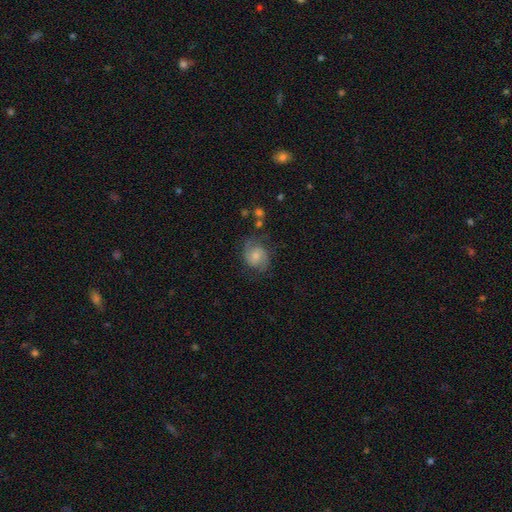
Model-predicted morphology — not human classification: Smooth or featured: featured or disk — 54% (smooth — 37%)
Edge-on disk: no — 97% (yes — 3%)
Bar: no — 64% (weak — 31%)
Spiral arms: yes — 88% (no — 12%)
Bulge size: moderate — 42% (small — 41%)
Merging: none — 65% (minor disturbance — 21%)